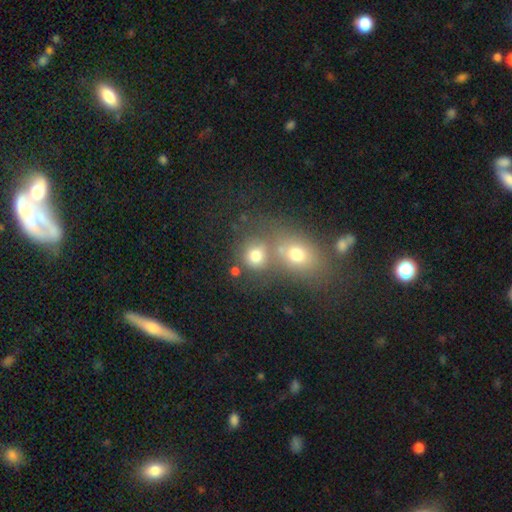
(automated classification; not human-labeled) Morphology: type=smooth (73%); roundness=round (72%); merging=merger (48%).